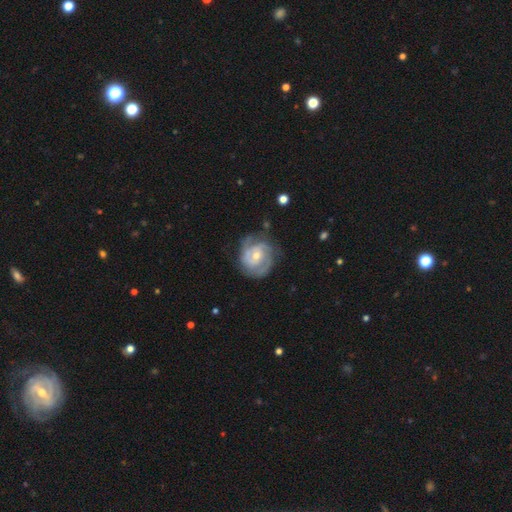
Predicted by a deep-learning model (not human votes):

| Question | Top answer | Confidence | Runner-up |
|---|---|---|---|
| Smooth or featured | featured or disk | 84% | smooth (11%) |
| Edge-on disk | no | 98% | yes (2%) |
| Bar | no | 60% | weak (33%) |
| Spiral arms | yes | 94% | no (6%) |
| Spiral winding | tight | 55% | medium (36%) |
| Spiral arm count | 2 | 44% | 3 (26%) |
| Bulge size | moderate | 51% | small (45%) |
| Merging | none | 68% | minor disturbance (21%) |